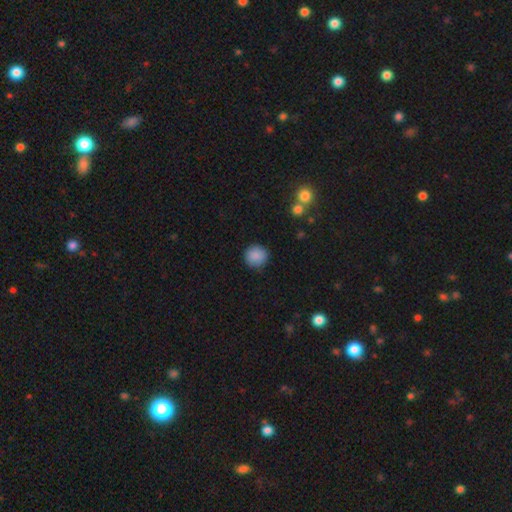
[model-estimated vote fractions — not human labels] Smooth or featured?
  - smooth: 88% *
  - star or artifact: 8%
  - featured or disk: 5%
How rounded?
  - round: 93% *
  - in between: 6%
  - cigar-shaped: 1%
Merging?
  - none: 88% *
  - minor disturbance: 8%
  - major disturbance: 2%
  - merger: 2%